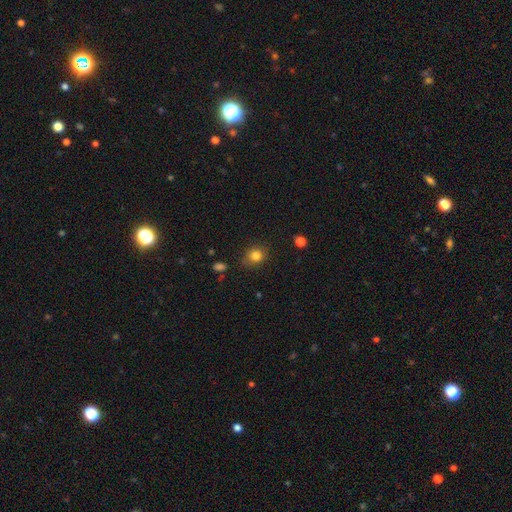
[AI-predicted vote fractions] smooth_or_featured: smooth (p=0.83) [alt: star or artifact p=0.11]
how_rounded: round (p=0.75) [alt: in between p=0.24]
merging: none (p=0.78) [alt: minor disturbance p=0.16]